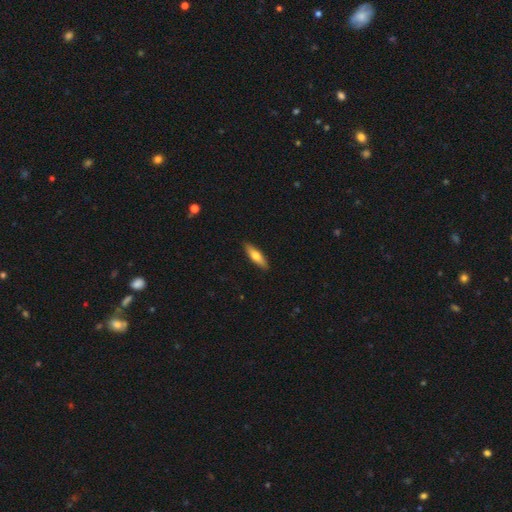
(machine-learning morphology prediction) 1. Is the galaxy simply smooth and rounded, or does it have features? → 67% smooth, 27% featured or disk, 6% star or artifact.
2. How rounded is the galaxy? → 61% cigar-shaped, 37% in between, 2% round.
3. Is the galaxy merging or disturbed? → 90% none, 8% minor disturbance, 2% major disturbance, 1% merger.